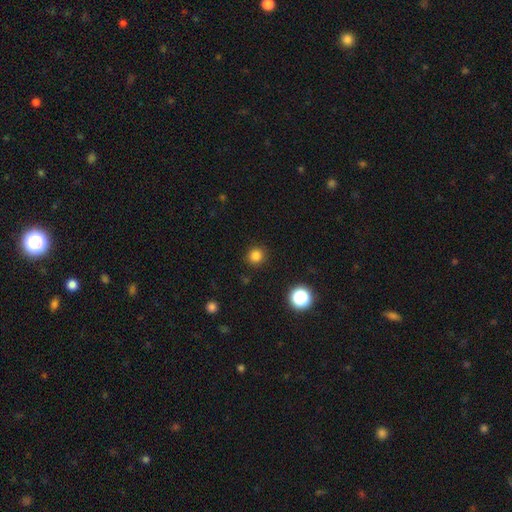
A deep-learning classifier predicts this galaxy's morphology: This appears to be a smooth galaxy with no disk features (82%) that is round (92%). Merging: none (90%).